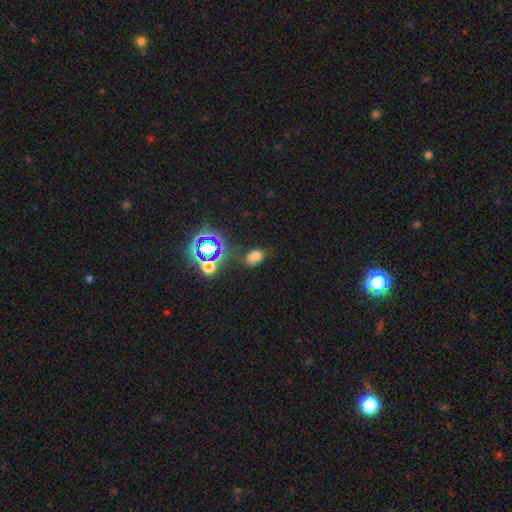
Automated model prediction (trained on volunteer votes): Smooth or featured? smooth (59%)
How rounded? in between (76%)
Merging? none (59%)